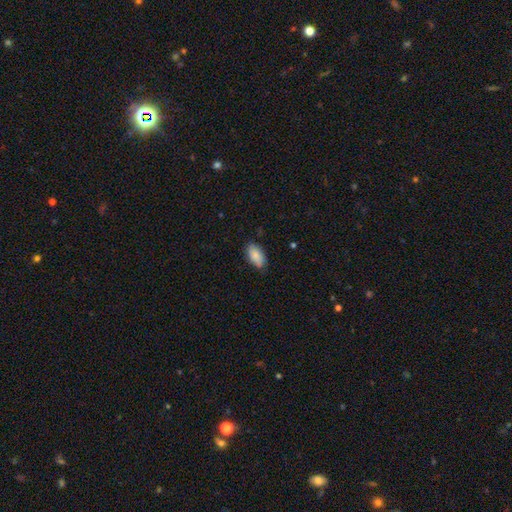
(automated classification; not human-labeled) Smooth or featured? smooth (86%)
How rounded? in between (93%)
Merging? none (74%)